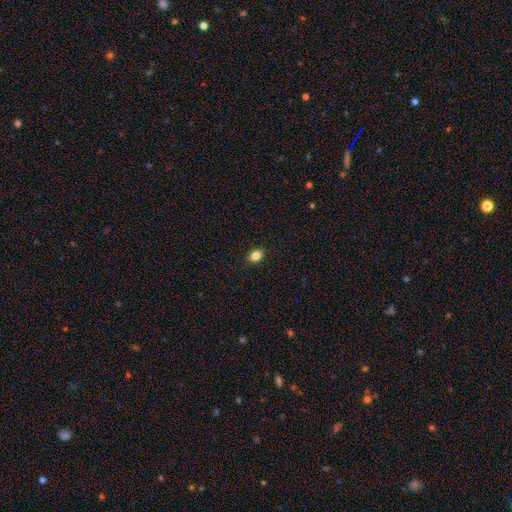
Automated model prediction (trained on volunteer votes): smooth_or_featured: smooth (p=0.84) [alt: star or artifact p=0.11]
how_rounded: in between (p=0.72) [alt: round p=0.26]
merging: none (p=0.90) [alt: minor disturbance p=0.08]